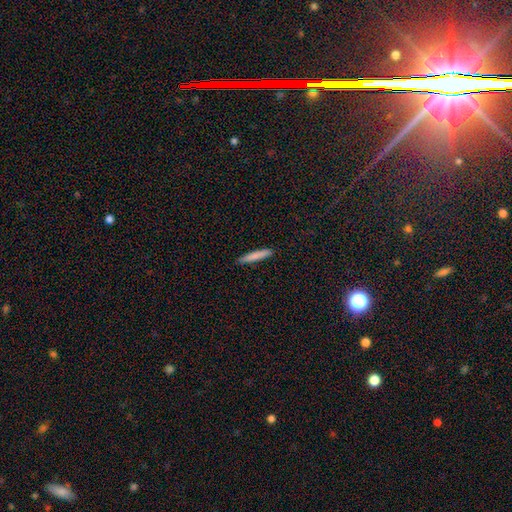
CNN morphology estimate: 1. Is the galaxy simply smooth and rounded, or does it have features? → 82% smooth, 12% featured or disk, 6% star or artifact.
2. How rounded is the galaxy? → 94% cigar-shaped, 5% in between, 1% round.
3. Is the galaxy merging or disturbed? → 90% none, 7% minor disturbance, 1% major disturbance, 1% merger.